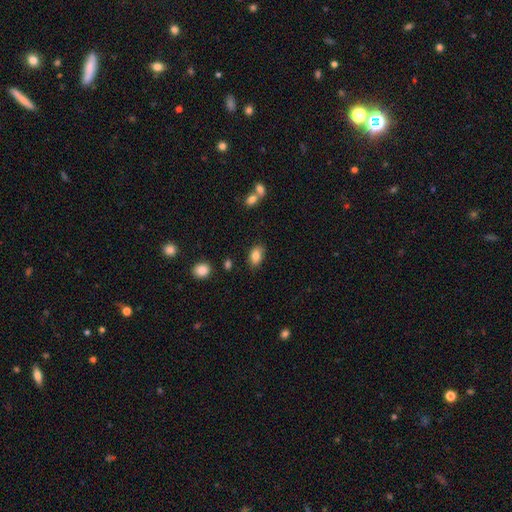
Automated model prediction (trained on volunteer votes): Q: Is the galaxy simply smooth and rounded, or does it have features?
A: smooth — 84%.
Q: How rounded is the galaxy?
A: in between — 88%.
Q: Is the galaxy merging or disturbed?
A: none — 80%.